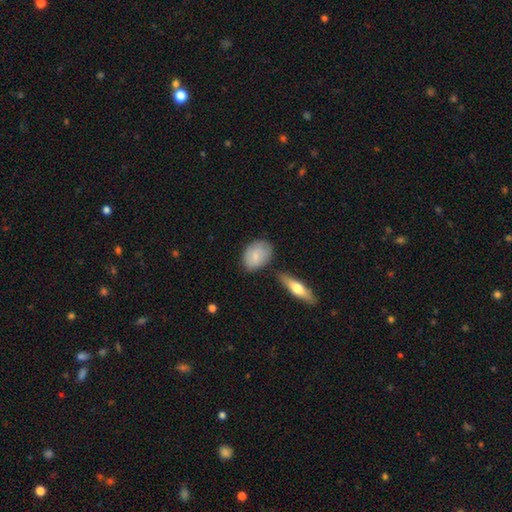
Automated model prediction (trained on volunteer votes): This is likely a smooth galaxy (70%). How rounded: clearly in between (81%). Merging: likely none (68%).